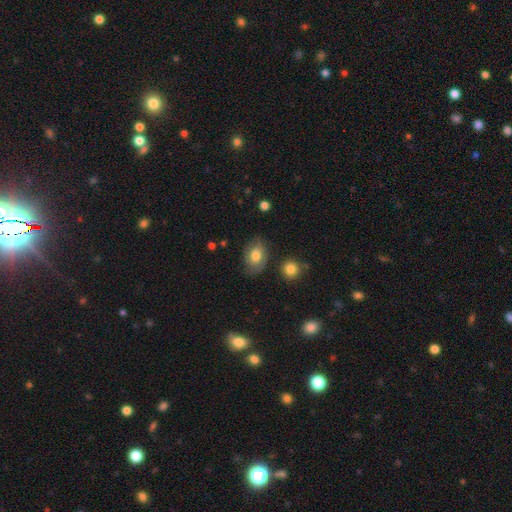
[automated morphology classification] Q: Smooth or featured?
A: smooth (59%); runner-up: featured or disk (32%)
Q: How rounded?
A: in between (77%); runner-up: round (22%)
Q: Merging?
A: none (74%); runner-up: minor disturbance (18%)